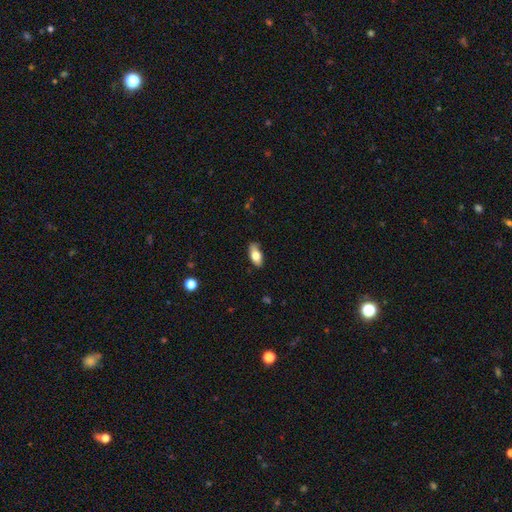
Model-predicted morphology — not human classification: The model was most divided on "smooth or featured": smooth: 73%, featured or disk: 20%, star or artifact: 7%. More confident: how rounded — in between (85%); merging — none (82%).